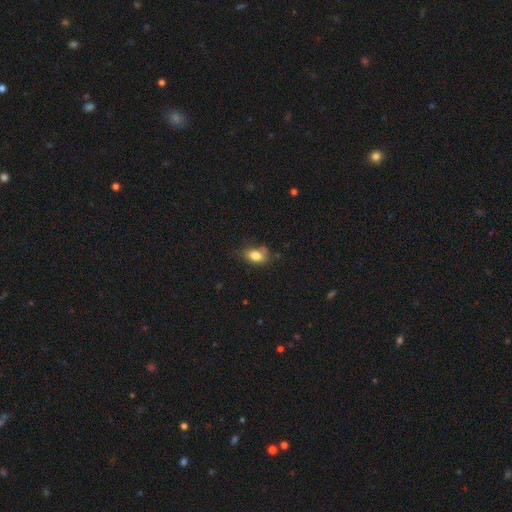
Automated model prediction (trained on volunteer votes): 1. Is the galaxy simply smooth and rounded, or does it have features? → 81% smooth, 10% featured or disk, 9% star or artifact.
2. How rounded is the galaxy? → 84% in between, 13% round, 3% cigar-shaped.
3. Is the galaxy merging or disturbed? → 64% none, 25% minor disturbance, 6% major disturbance, 5% merger.